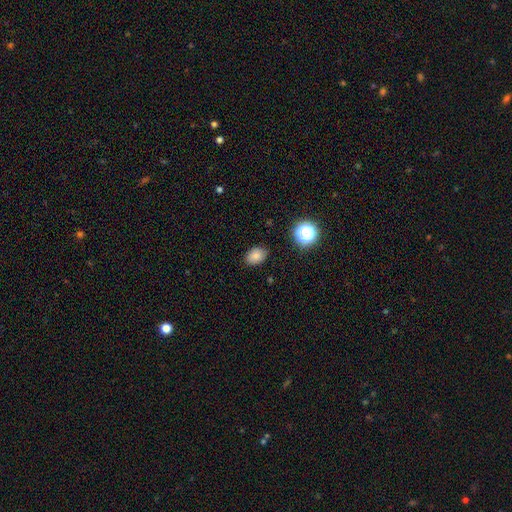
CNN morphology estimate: smooth_or_featured: smooth (p=0.81) [alt: star or artifact p=0.12]
how_rounded: in between (p=0.68) [alt: round p=0.31]
merging: none (p=0.84) [alt: minor disturbance p=0.12]